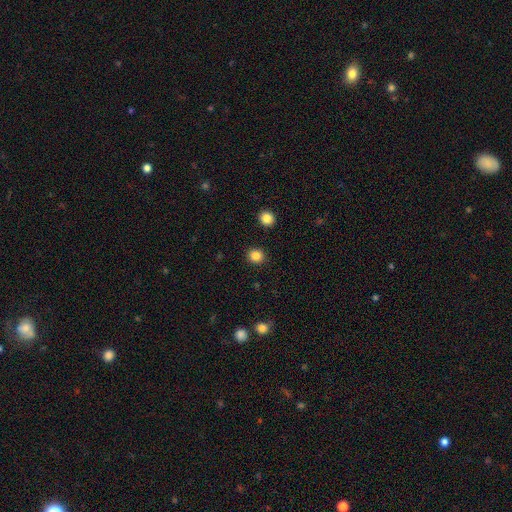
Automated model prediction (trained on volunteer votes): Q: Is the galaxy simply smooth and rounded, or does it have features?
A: smooth — 85%.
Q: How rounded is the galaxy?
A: round — 88%.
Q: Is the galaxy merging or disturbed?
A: none — 91%.